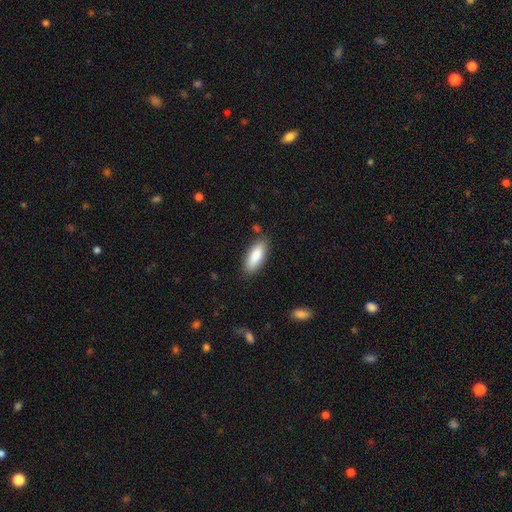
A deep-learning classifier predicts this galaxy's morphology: This is clearly a smooth galaxy (86%). How rounded: likely in between (73%). Merging: clearly none (84%).